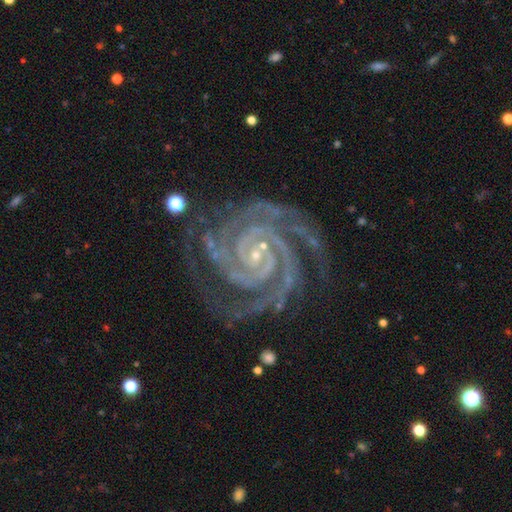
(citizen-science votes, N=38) This appears to be a featured or disk galaxy (97%) with no bar (58%), 3 (44%) tight (81%) spiral arms (100%) and a small central bulge (81%). Merging: none (53%).